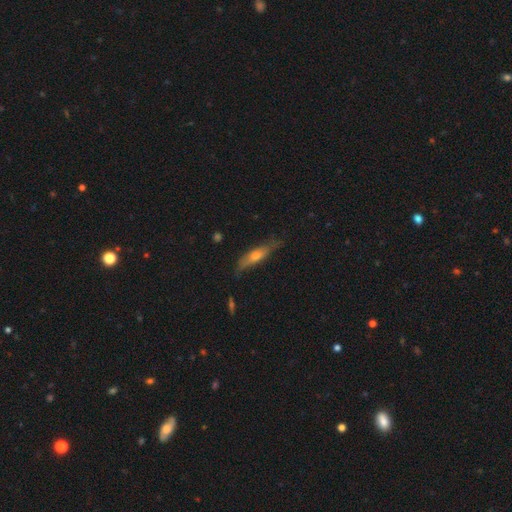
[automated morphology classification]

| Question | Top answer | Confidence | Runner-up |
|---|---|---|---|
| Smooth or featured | featured or disk | 48% | smooth (45%) |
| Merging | none | 73% | minor disturbance (21%) |